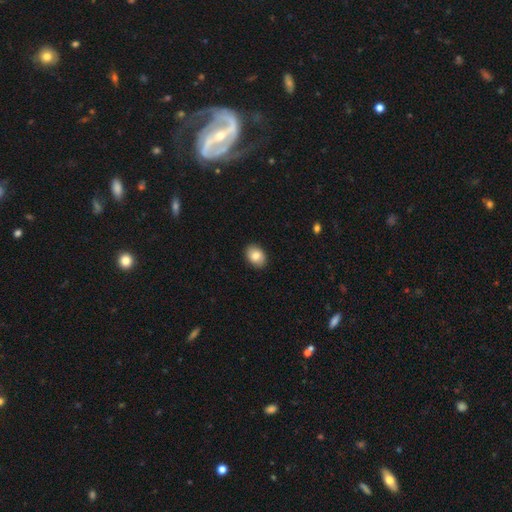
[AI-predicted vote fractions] Overall: smooth (83%). How rounded: in between (74%). Merging: none (89%).